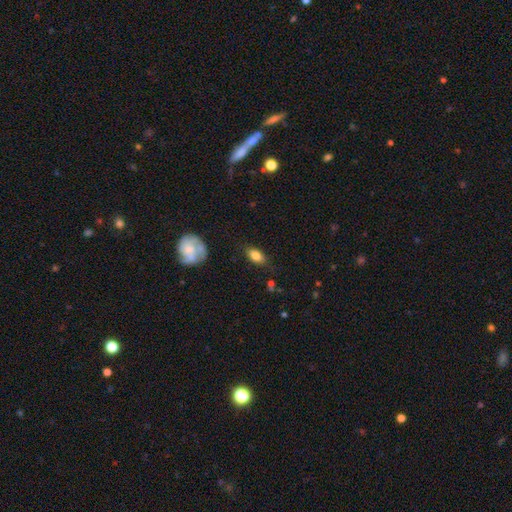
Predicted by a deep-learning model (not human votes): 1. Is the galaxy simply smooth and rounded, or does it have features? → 80% smooth, 12% featured or disk, 8% star or artifact.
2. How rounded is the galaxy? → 86% in between, 7% round, 7% cigar-shaped.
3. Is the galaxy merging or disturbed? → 75% none, 18% minor disturbance, 4% major disturbance, 2% merger.